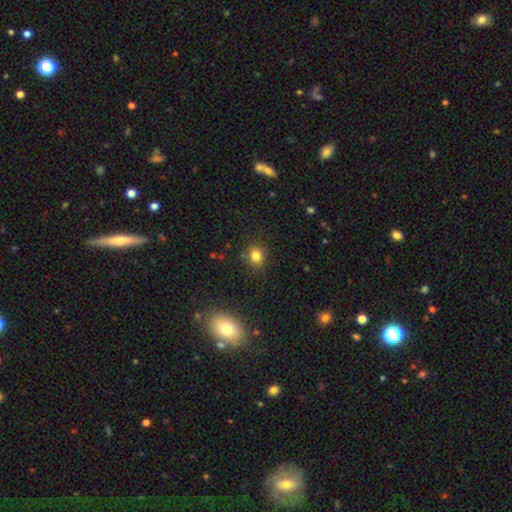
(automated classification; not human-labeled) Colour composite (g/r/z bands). It shows a smooth galaxy with no disk features (80%) that is round (77%). Merging: none (84%).